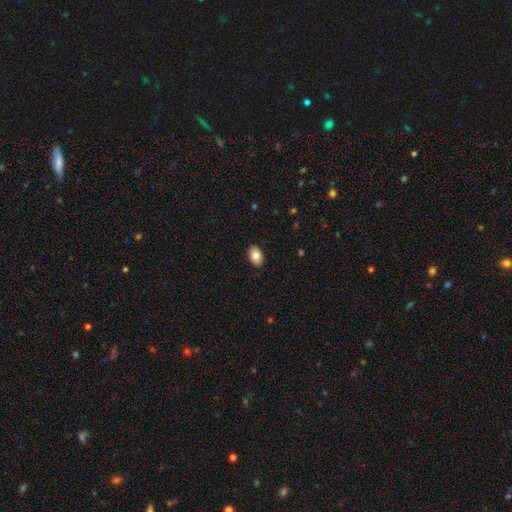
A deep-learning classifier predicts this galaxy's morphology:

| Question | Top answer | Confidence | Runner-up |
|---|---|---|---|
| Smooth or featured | smooth | 86% | star or artifact (7%) |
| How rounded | in between | 91% | round (8%) |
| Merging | none | 89% | minor disturbance (8%) |